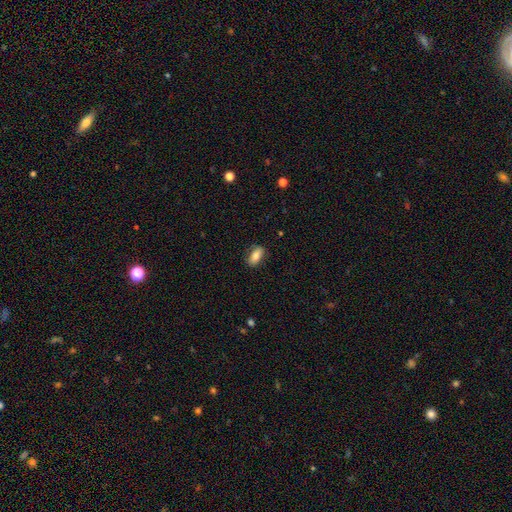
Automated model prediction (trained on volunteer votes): Q: Smooth or featured?
A: smooth (78%); runner-up: featured or disk (15%)
Q: How rounded?
A: in between (86%); runner-up: cigar-shaped (9%)
Q: Merging?
A: none (84%); runner-up: minor disturbance (13%)